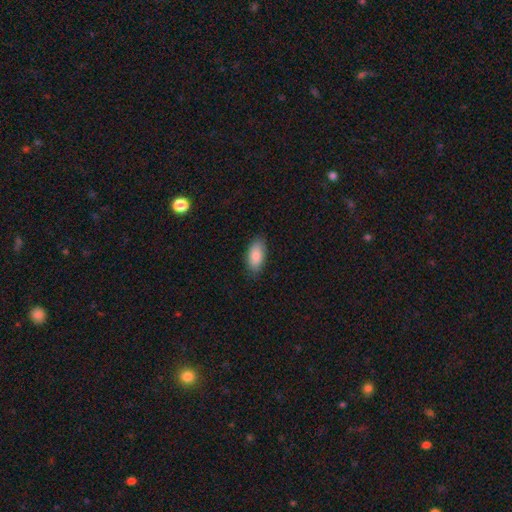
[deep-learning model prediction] smooth_or_featured: smooth (p=0.87) [alt: featured or disk p=0.06]
how_rounded: in between (p=0.92) [alt: cigar-shaped p=0.06]
merging: none (p=0.85) [alt: minor disturbance p=0.12]